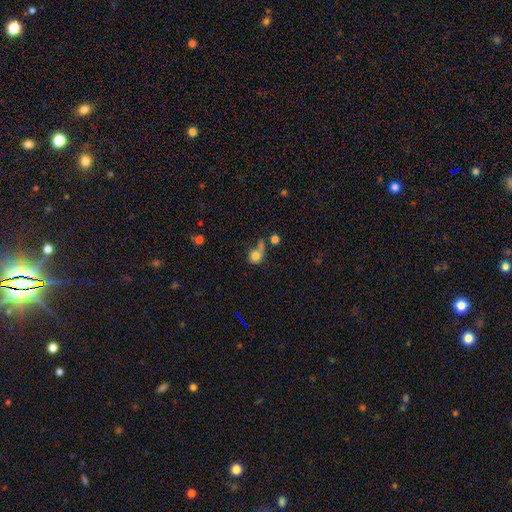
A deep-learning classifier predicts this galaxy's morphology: This is likely a smooth galaxy (76%). How rounded: likely round (75%). Merging: marginally none (35%).